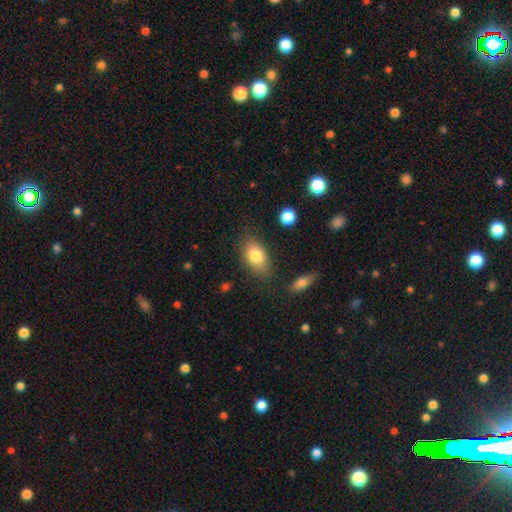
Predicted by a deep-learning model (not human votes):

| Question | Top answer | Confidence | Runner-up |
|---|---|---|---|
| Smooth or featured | smooth | 80% | featured or disk (12%) |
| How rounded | in between | 88% | round (9%) |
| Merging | none | 79% | minor disturbance (14%) |